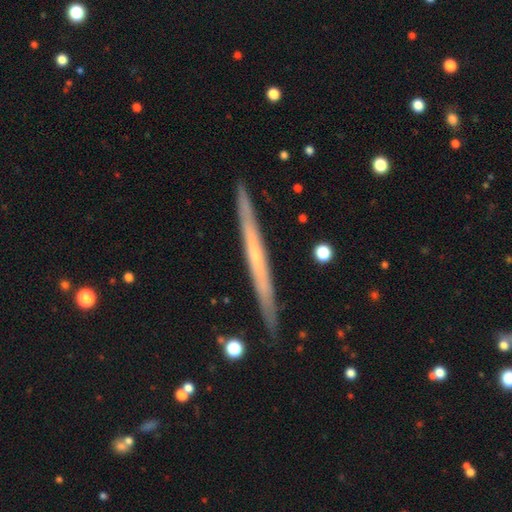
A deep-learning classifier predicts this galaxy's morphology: This appears to be a featured or disk galaxy (60%) viewed edge-on (97%) with no central bulge (82%). Merging: none (90%).